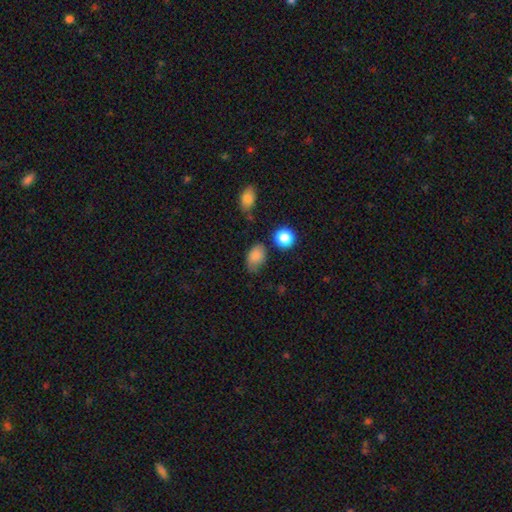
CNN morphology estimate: Smooth or featured: smooth — 83% (star or artifact — 10%)
How rounded: in between — 84% (round — 15%)
Merging: none — 62% (minor disturbance — 27%)